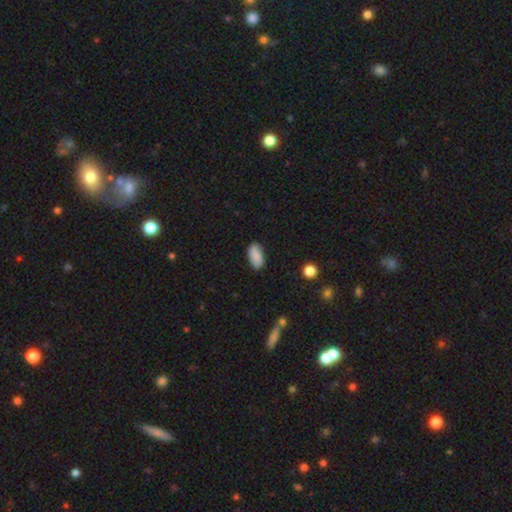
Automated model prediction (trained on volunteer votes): Overall: smooth (87%). How rounded: in between (93%). Merging: none (86%).